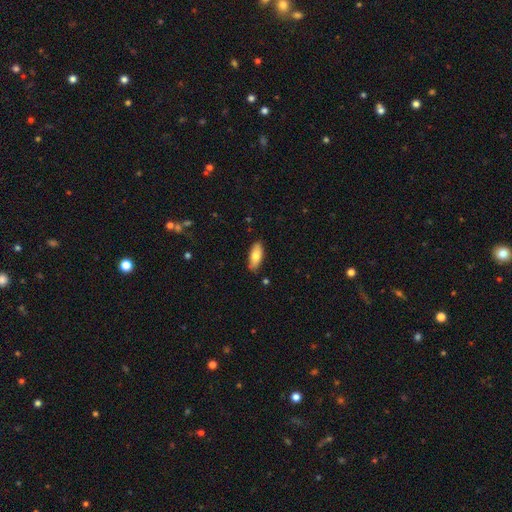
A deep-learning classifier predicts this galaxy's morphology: Overall: smooth (77%). How rounded: in between (79%). Merging: none (85%).